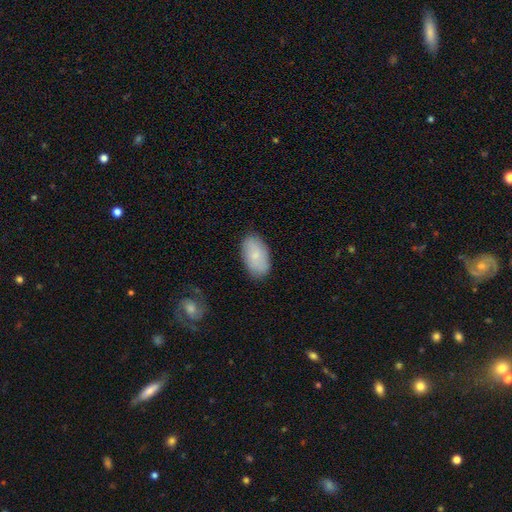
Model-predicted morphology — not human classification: A smooth galaxy with no disk features (77%) that is in between round and cigar-shaped (94%).

Vote fractions:
- Smooth or featured? smooth: 77% / featured or disk: 17% / star or artifact: 6%
- How rounded? in between: 94% / round: 4% / cigar-shaped: 2%
- Merging? none: 82% / minor disturbance: 14% / major disturbance: 3% / merger: 1%